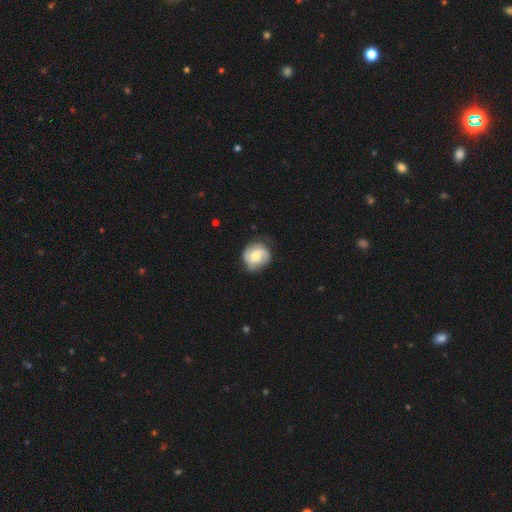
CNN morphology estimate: A featured or disk galaxy (47%).

Vote fractions:
- Smooth or featured? featured or disk: 47% / smooth: 46% / star or artifact: 7%
- Merging? none: 69% / minor disturbance: 23% / major disturbance: 7% / merger: 1%